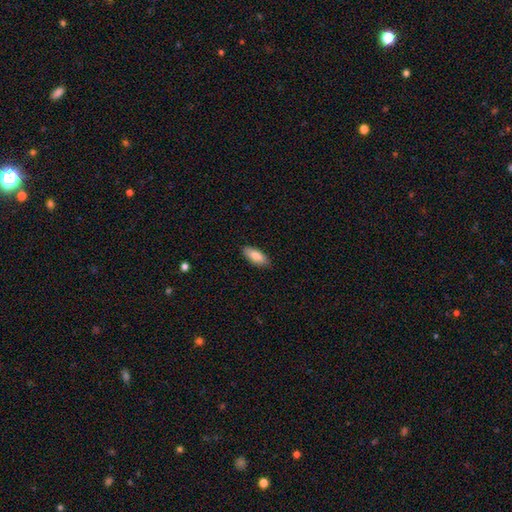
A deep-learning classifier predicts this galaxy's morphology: Smooth or featured? smooth (84%)
How rounded? in between (82%)
Merging? none (87%)